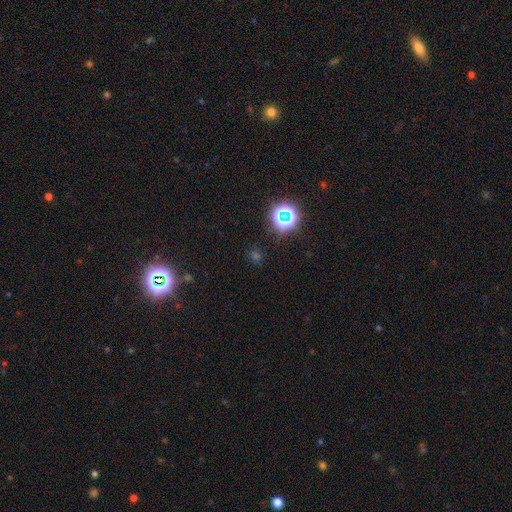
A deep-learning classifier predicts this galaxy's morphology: This is possibly a star or artifact rather than a galaxy (59%).